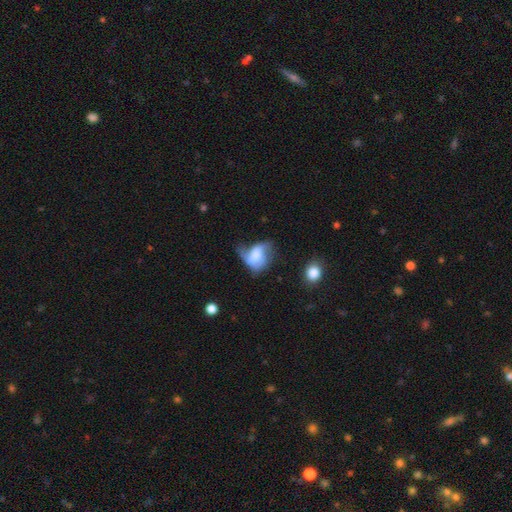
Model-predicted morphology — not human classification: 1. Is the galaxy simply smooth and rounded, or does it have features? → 50% featured or disk, 41% smooth, 9% star or artifact.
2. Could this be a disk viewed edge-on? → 97% no, 3% yes.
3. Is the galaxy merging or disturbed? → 42% major disturbance, 26% none, 24% minor disturbance, 7% merger.